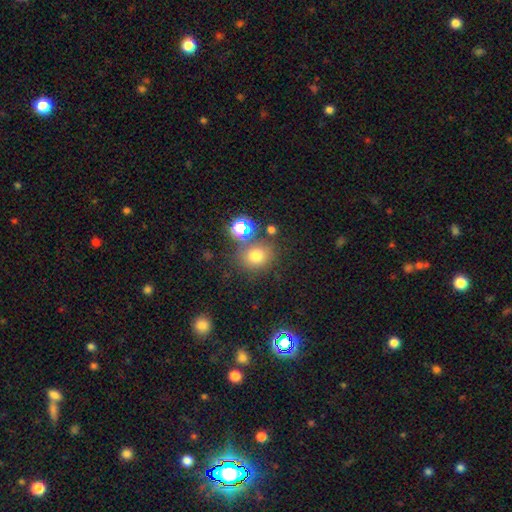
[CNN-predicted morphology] Q: Smooth or featured?
A: smooth (70%); runner-up: star or artifact (21%)
Q: How rounded?
A: round (74%); runner-up: in between (25%)
Q: Merging?
A: none (71%); runner-up: merger (12%)